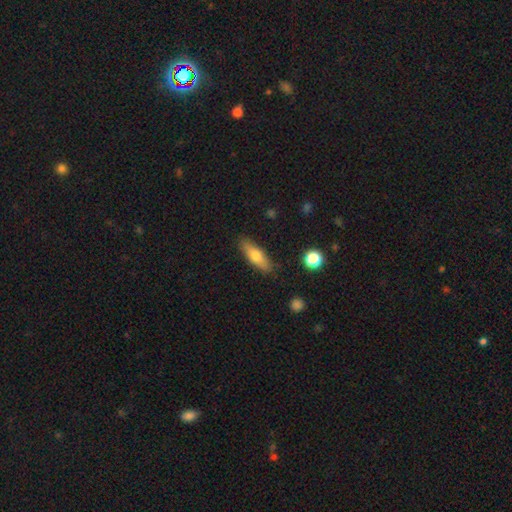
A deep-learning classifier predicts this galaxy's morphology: A smooth galaxy with no disk features (65%) that is cigar-shaped (50%).

Vote fractions:
- Smooth or featured? smooth: 65% / featured or disk: 28% / star or artifact: 7%
- How rounded? cigar-shaped: 50% / in between: 47% / round: 3%
- Merging? none: 85% / minor disturbance: 11% / major disturbance: 2% / merger: 2%